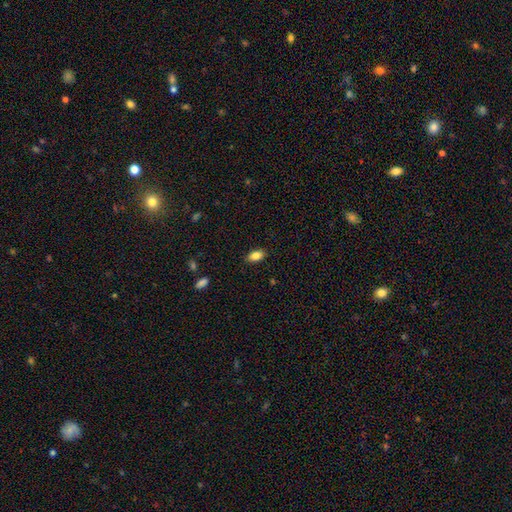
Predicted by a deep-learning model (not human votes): Q: Smooth or featured?
A: smooth (85%); runner-up: star or artifact (8%)
Q: How rounded?
A: in between (90%); runner-up: round (5%)
Q: Merging?
A: none (87%); runner-up: minor disturbance (10%)